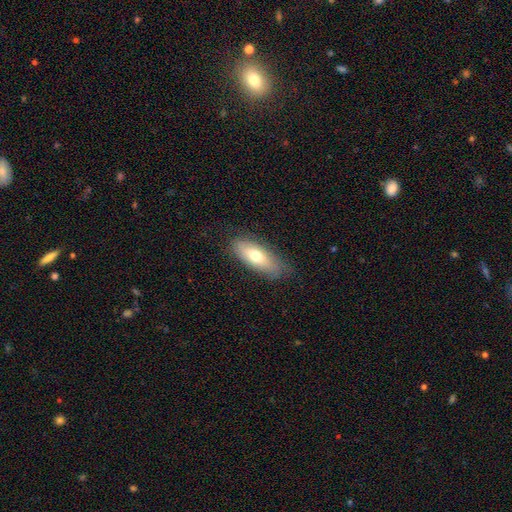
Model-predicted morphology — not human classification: Smooth or featured: smooth — 67% (featured or disk — 26%)
How rounded: in between — 76% (cigar-shaped — 21%)
Merging: none — 76% (minor disturbance — 18%)